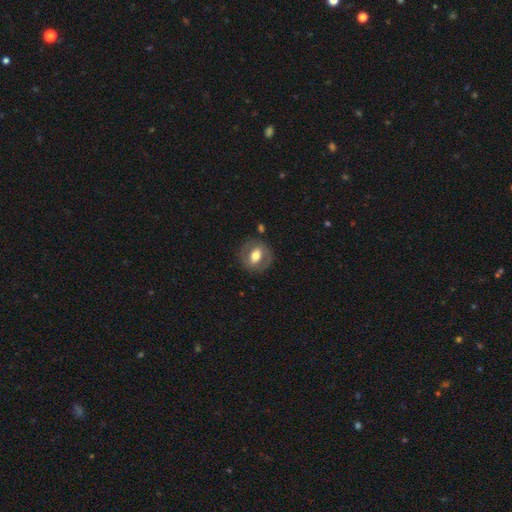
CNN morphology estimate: This appears to be a smooth galaxy with no disk features (52%) that is round (58%). Merging: none (80%).